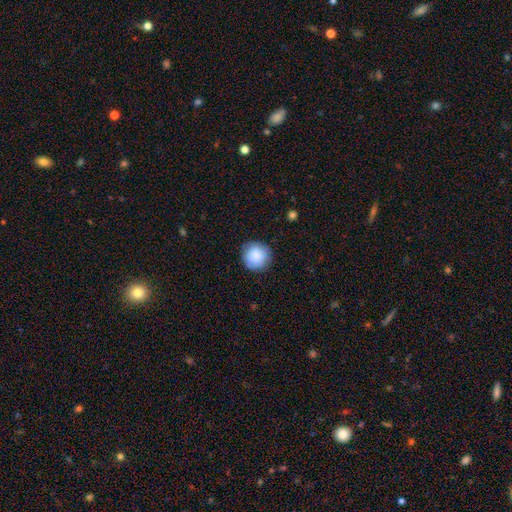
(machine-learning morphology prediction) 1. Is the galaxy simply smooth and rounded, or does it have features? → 86% smooth, 7% star or artifact, 7% featured or disk.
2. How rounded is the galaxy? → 94% round, 5% in between, 1% cigar-shaped.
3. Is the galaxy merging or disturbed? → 85% none, 11% minor disturbance, 3% major disturbance, 1% merger.